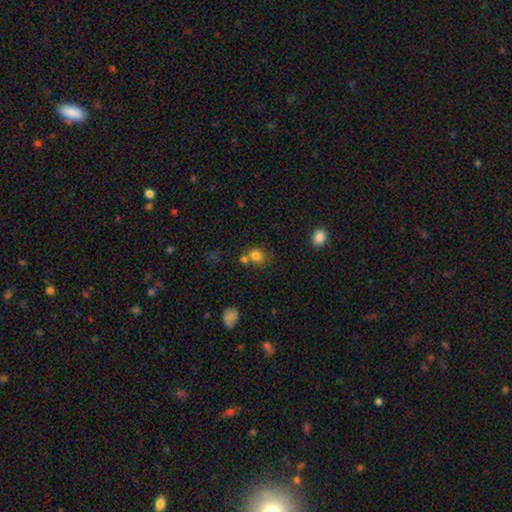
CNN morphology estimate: Smooth or featured? smooth (80%)
How rounded? round (78%)
Merging? none (56%)